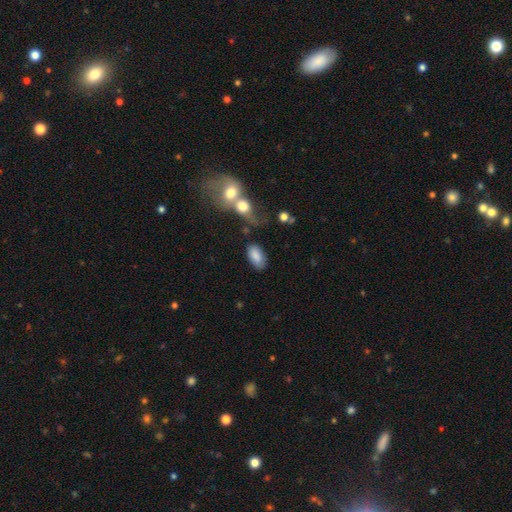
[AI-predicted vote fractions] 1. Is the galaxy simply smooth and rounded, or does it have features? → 84% smooth, 9% featured or disk, 7% star or artifact.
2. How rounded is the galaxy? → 94% in between, 4% round, 2% cigar-shaped.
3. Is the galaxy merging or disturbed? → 67% none, 17% minor disturbance, 9% merger, 7% major disturbance.